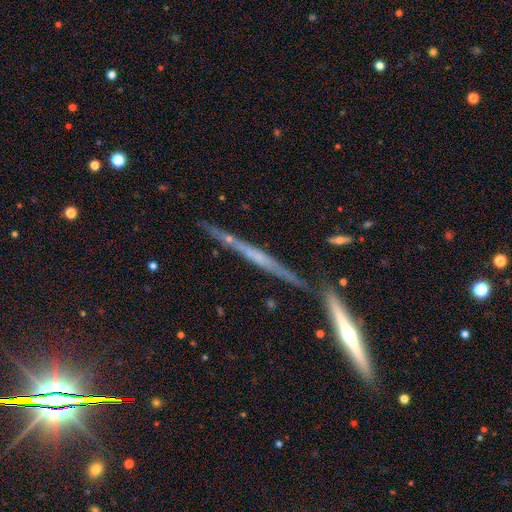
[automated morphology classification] smooth_or_featured: featured or disk (p=0.71) [alt: smooth p=0.20]
disk_edge_on: yes (p=0.96) [alt: no p=0.04]
edge_on_bulge: none (p=0.55) [alt: rounded p=0.30]
merging: none (p=0.73) [alt: minor disturbance p=0.16]